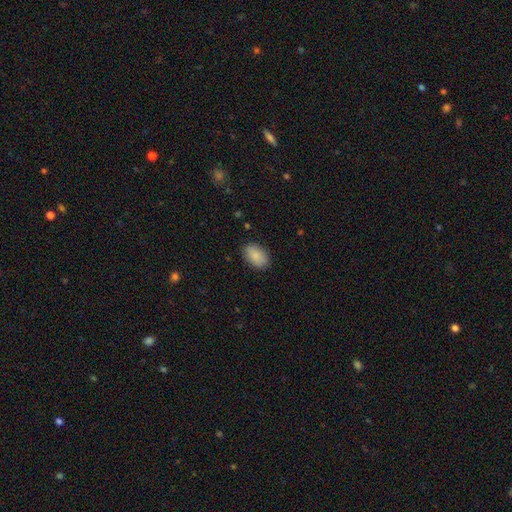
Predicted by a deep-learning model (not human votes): smooth-or-featured: smooth: 88% | star or artifact: 7% | featured or disk: 5%
  how-rounded: in between: 92% | round: 7% | cigar-shaped: 1%
  merging: none: 87% | minor disturbance: 9% | major disturbance: 2% | merger: 1%